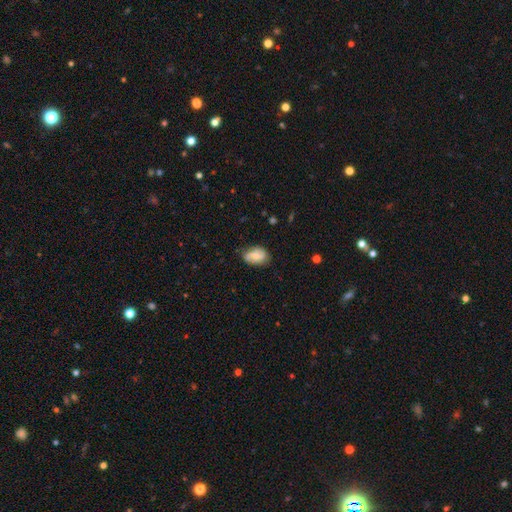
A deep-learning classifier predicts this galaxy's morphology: Smooth or featured? smooth (53%)
How rounded? in between (85%)
Merging? none (71%)